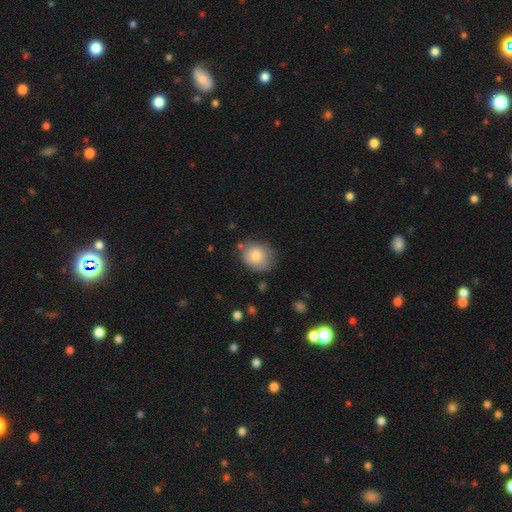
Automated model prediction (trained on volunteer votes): smooth-or-featured: smooth: 78% | featured or disk: 13% | star or artifact: 8%
  how-rounded: round: 68% | in between: 31% | cigar-shaped: 1%
  merging: none: 67% | minor disturbance: 23% | major disturbance: 6% | merger: 4%